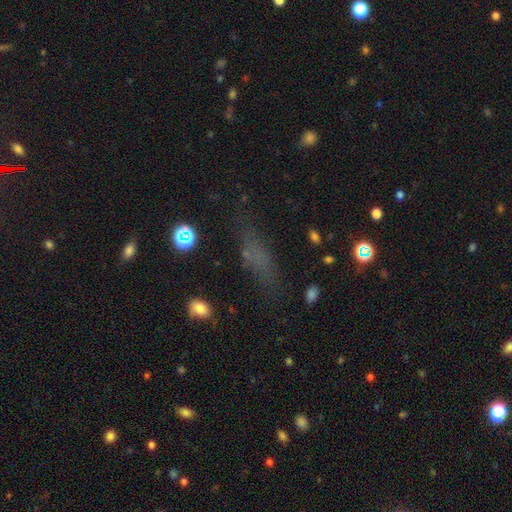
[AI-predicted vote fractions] This is possibly a smooth galaxy (57%). How rounded: possibly cigar-shaped (48%). Merging: likely none (61%).